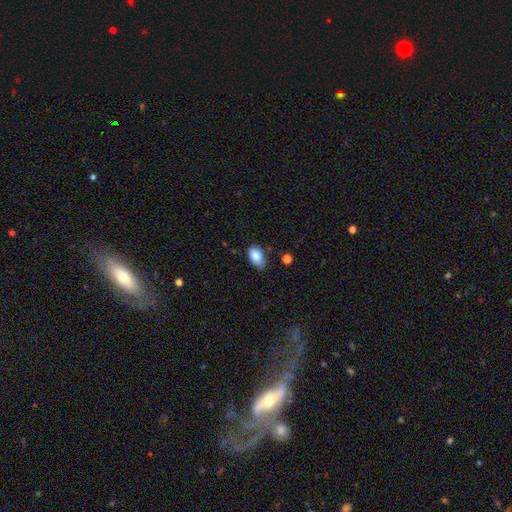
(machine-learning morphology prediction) This appears to be a smooth galaxy with no disk features (84%) that is in between round and cigar-shaped (91%). Merging: none (66%).